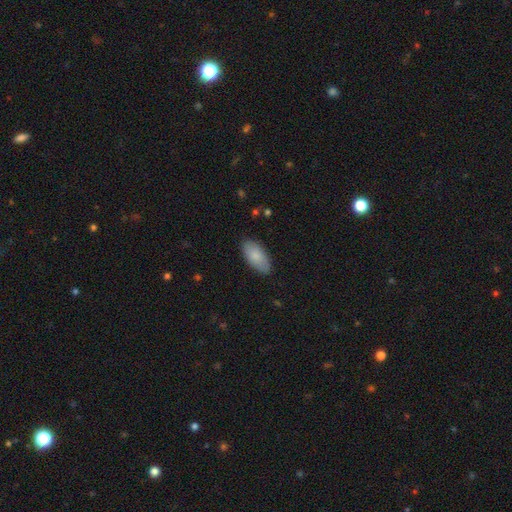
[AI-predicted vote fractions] This is clearly a smooth galaxy (84%). How rounded: clearly in between (93%). Merging: clearly none (85%).